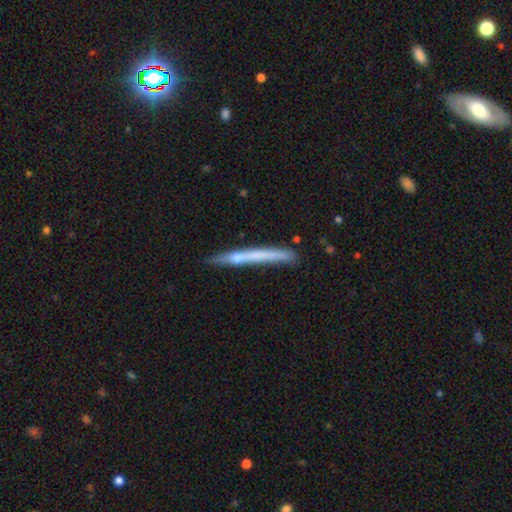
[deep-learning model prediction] Morphology: type=smooth (51%); roundness=cigar-shaped (97%); merging=none (78%).